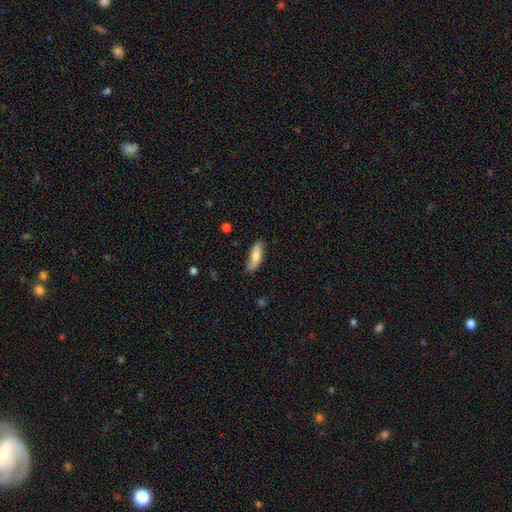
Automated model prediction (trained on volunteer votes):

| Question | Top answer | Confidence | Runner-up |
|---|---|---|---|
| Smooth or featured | smooth | 76% | featured or disk (18%) |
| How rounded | in between | 60% | cigar-shaped (38%) |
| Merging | none | 74% | minor disturbance (21%) |